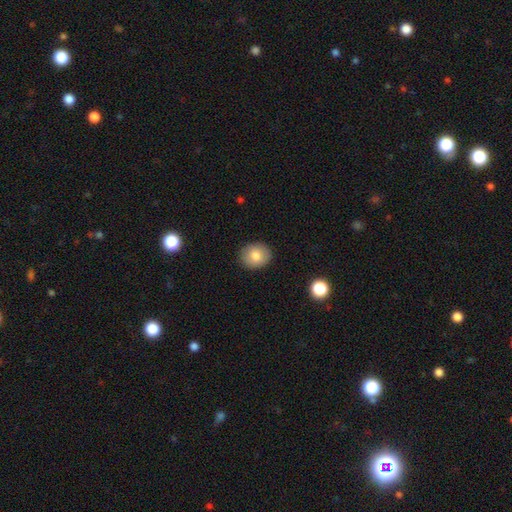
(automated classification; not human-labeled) A smooth galaxy with no disk features (81%) that is round (62%).

Vote fractions:
- Smooth or featured? smooth: 81% / featured or disk: 11% / star or artifact: 8%
- How rounded? round: 62% / in between: 37% / cigar-shaped: 1%
- Merging? none: 89% / minor disturbance: 8% / major disturbance: 2% / merger: 1%